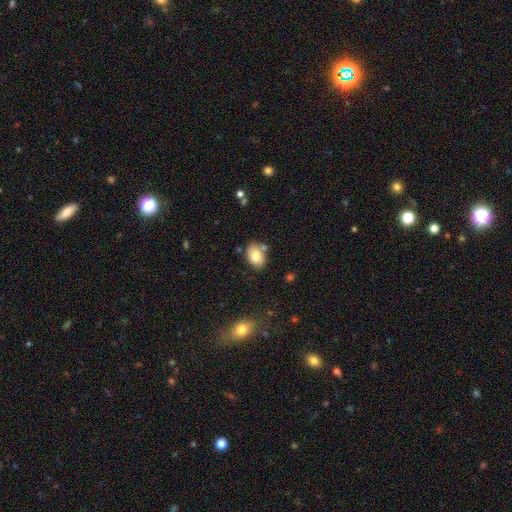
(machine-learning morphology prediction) smooth-or-featured: smooth: 79% | featured or disk: 13% | star or artifact: 8%
  how-rounded: in between: 83% | round: 16% | cigar-shaped: 1%
  merging: none: 71% | minor disturbance: 15% | merger: 10% | major disturbance: 3%